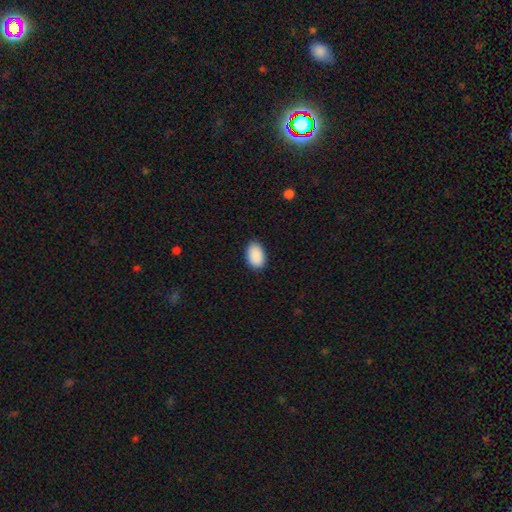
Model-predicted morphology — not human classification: type=smooth (91%); roundness=in between (92%); merging=none (88%).